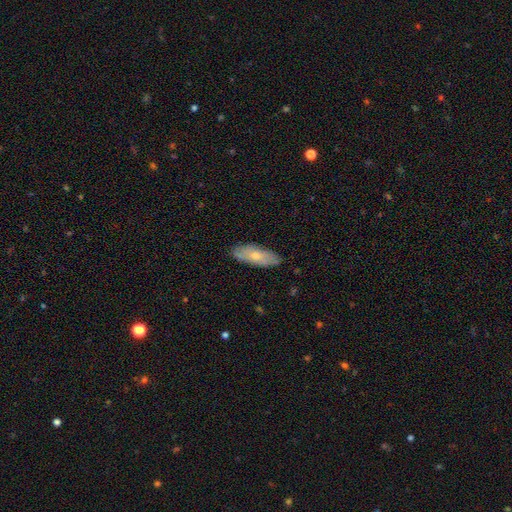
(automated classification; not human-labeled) Q: Smooth or featured?
A: smooth (62%); runner-up: featured or disk (32%)
Q: How rounded?
A: in between (71%); runner-up: cigar-shaped (27%)
Q: Merging?
A: none (83%); runner-up: minor disturbance (14%)